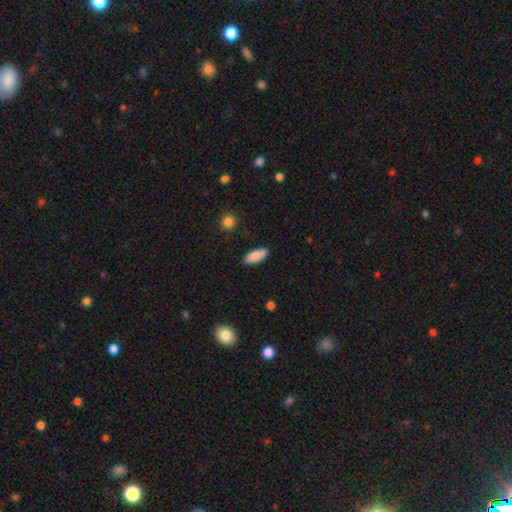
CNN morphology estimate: This appears to be a smooth galaxy with no disk features (87%) that is in between round and cigar-shaped (82%). Merging: none (86%).